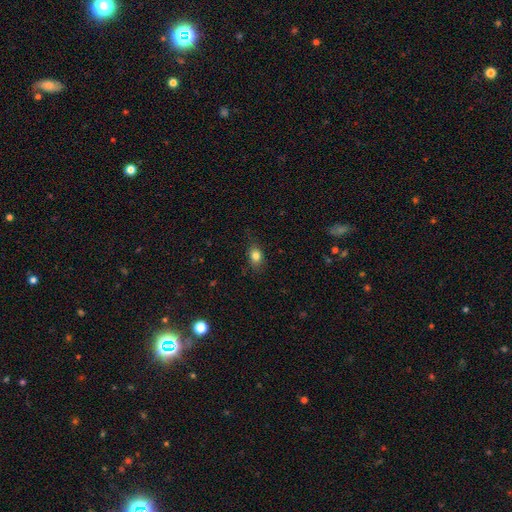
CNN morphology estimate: Q: Smooth or featured?
A: smooth (83%); runner-up: star or artifact (10%)
Q: How rounded?
A: in between (69%); runner-up: round (28%)
Q: Merging?
A: none (77%); runner-up: minor disturbance (18%)